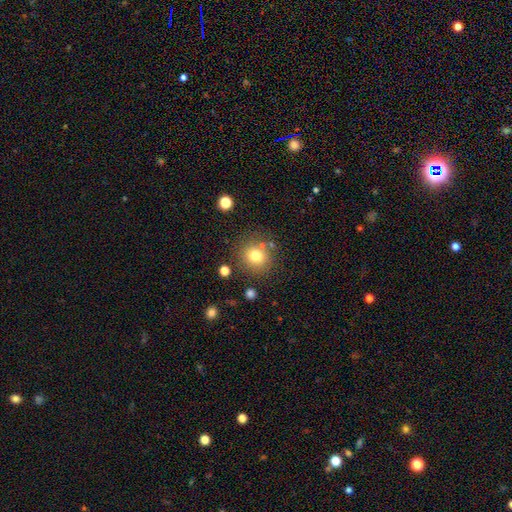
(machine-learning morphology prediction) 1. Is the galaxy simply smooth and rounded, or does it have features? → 76% smooth, 14% star or artifact, 10% featured or disk.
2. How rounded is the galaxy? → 88% round, 11% in between, 1% cigar-shaped.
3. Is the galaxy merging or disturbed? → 79% none, 10% minor disturbance, 6% merger, 4% major disturbance.